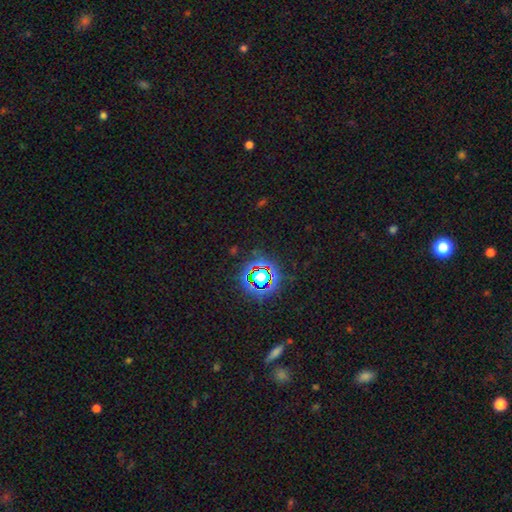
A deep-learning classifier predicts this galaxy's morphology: Smooth or featured: star or artifact — 78% (smooth — 14%)